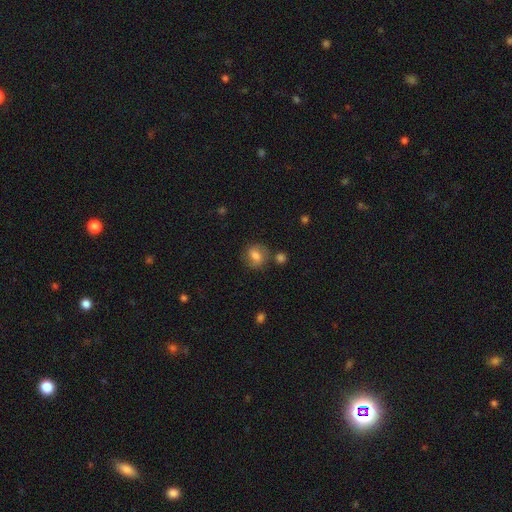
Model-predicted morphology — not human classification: Smooth or featured: smooth — 71% (featured or disk — 19%)
How rounded: round — 57% (in between — 42%)
Merging: none — 71% (minor disturbance — 15%)